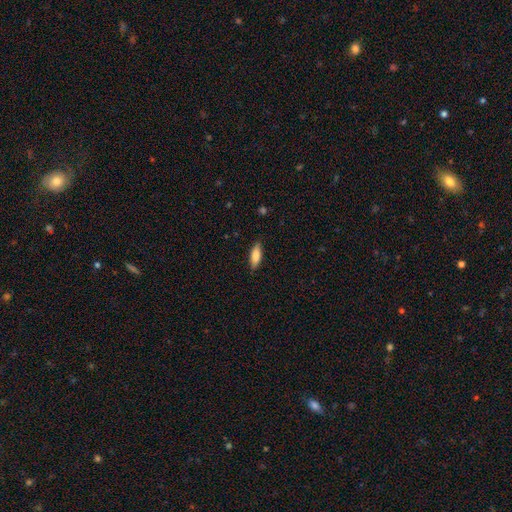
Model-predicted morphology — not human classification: smooth_or_featured: smooth (p=0.85) [alt: featured or disk p=0.09]
how_rounded: in between (p=0.66) [alt: cigar-shaped p=0.32]
merging: none (p=0.85) [alt: minor disturbance p=0.11]